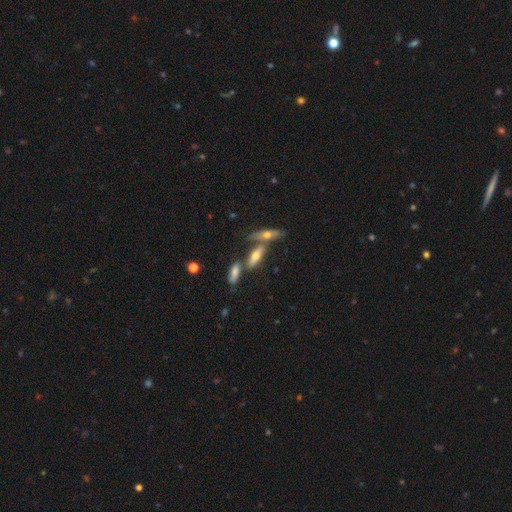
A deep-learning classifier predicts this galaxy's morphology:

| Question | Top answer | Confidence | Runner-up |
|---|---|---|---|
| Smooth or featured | featured or disk | 51% | smooth (38%) |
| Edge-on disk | yes | 82% | no (18%) |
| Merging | none | 53% | merger (31%) |